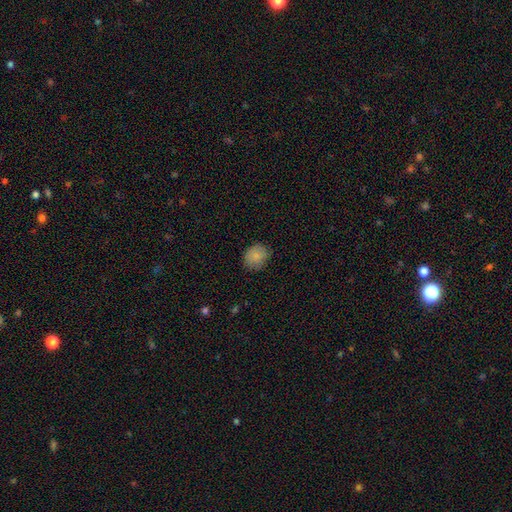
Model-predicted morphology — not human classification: Q: Smooth or featured?
A: smooth (85%); runner-up: star or artifact (8%)
Q: How rounded?
A: round (68%); runner-up: in between (31%)
Q: Merging?
A: none (79%); runner-up: minor disturbance (17%)